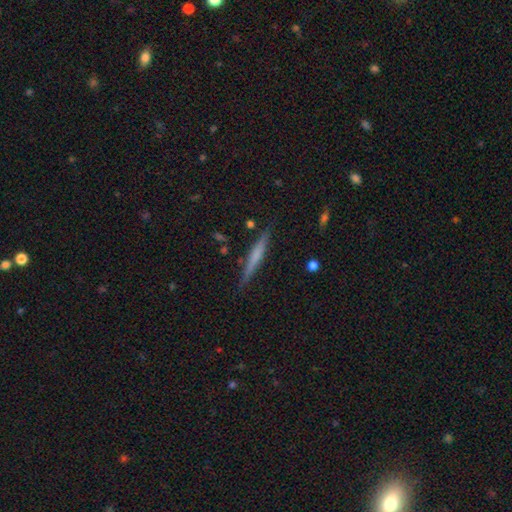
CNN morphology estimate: A featured or disk galaxy (48%). Merging: none (87%).